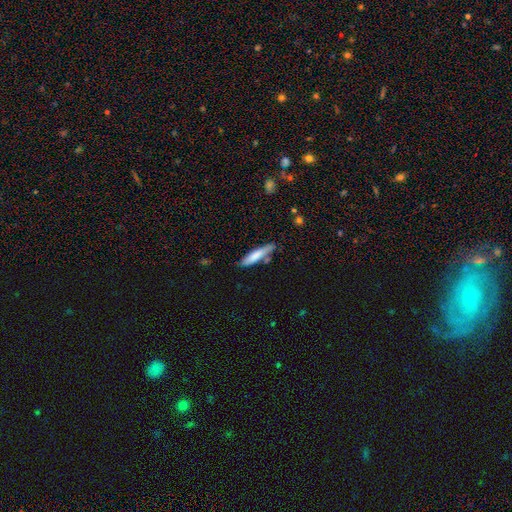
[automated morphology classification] type=smooth (74%); roundness=cigar-shaped (79%); merging=none (70%).